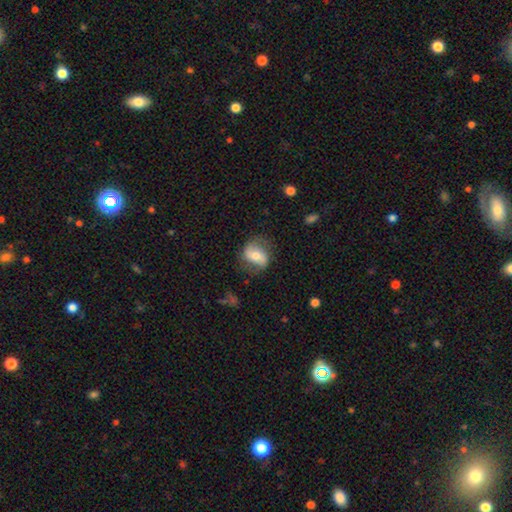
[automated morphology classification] Q: Smooth or featured?
A: featured or disk (48%); runner-up: smooth (44%)
Q: Merging?
A: none (67%); runner-up: minor disturbance (21%)